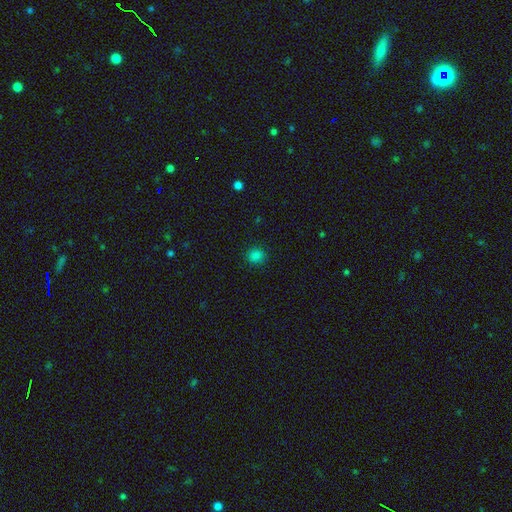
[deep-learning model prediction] Overall: smooth (82%). How rounded: round (84%). Merging: none (90%).